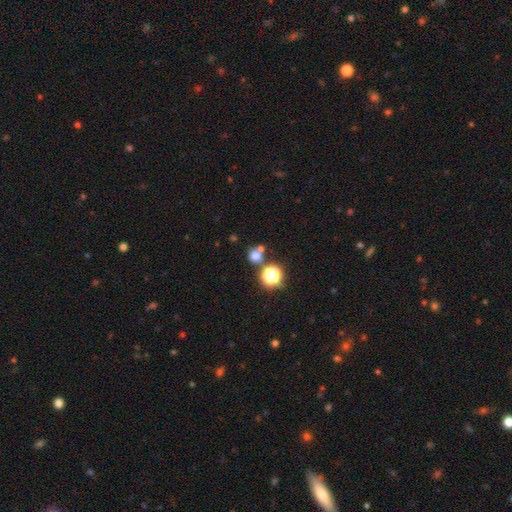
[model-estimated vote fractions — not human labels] This appears to be a smooth galaxy with no disk features (67%) that is round (87%). Merging: none (64%).